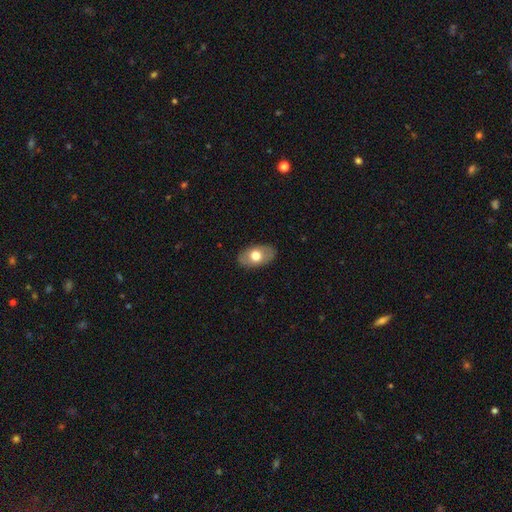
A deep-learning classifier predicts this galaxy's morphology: Smooth or featured?
  - smooth: 64% *
  - featured or disk: 30%
  - star or artifact: 6%
How rounded?
  - in between: 90% *
  - round: 8%
  - cigar-shaped: 2%
Merging?
  - none: 85% *
  - minor disturbance: 11%
  - major disturbance: 3%
  - merger: 1%